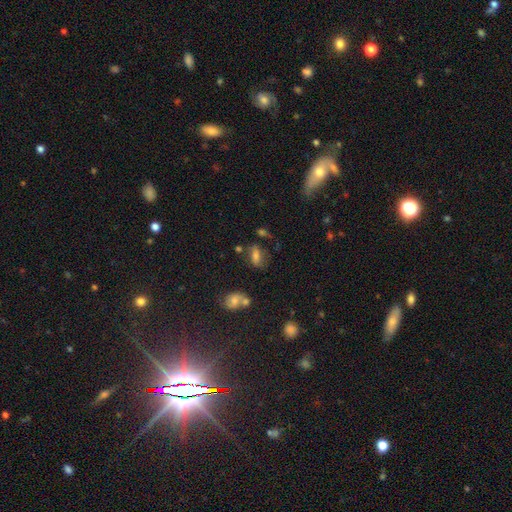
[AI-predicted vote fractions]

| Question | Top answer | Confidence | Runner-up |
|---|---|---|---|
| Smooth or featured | smooth | 63% | featured or disk (23%) |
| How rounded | in between | 78% | cigar-shaped (12%) |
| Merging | none | 57% | minor disturbance (21%) |